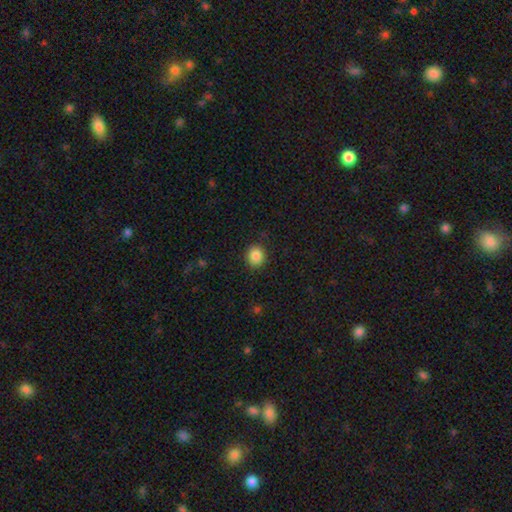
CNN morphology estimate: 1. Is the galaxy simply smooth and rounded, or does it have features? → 86% smooth, 9% star or artifact, 4% featured or disk.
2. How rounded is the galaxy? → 77% round, 22% in between, 1% cigar-shaped.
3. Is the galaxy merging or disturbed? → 88% none, 8% minor disturbance, 2% major disturbance, 1% merger.